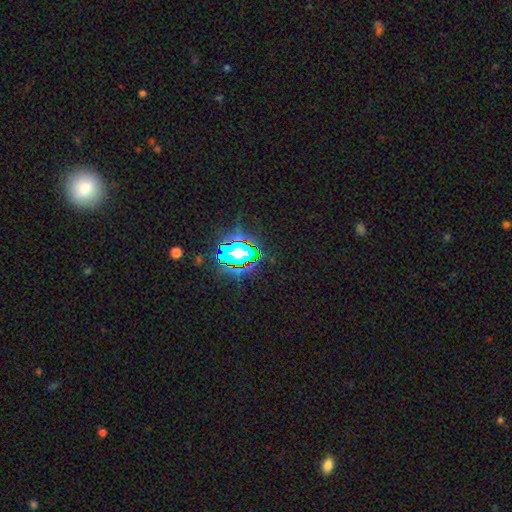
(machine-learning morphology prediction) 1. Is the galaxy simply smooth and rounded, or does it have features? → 75% star or artifact, 16% smooth, 9% featured or disk.